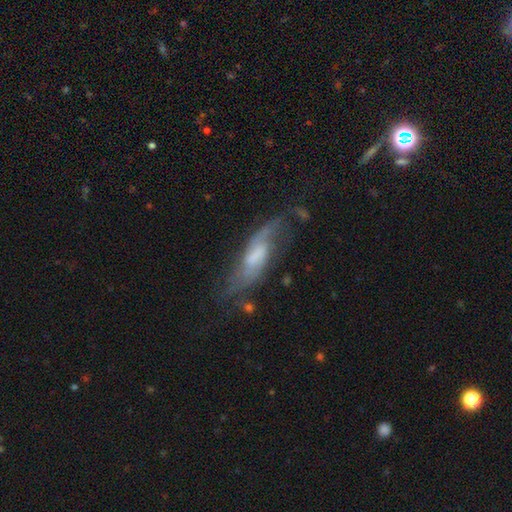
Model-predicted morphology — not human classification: smooth-or-featured: featured or disk: 71% | smooth: 21% | star or artifact: 8%
  disk-edge-on: no: 81% | yes: 19%
    bar: weak: 48% | no: 35% | strong: 17%
    has-spiral-arms: yes: 88% | no: 12%
      spiral-winding: loose: 50% | medium: 36% | tight: 14%
      spiral-arm-count: 2: 72% | can't tell: 16% | 1: 5% | 3: 3% | 4: 2% | more than 4: 2%
    bulge-size: moderate: 30% | none: 28% | small: 28% | large: 11% | dominant: 2%
  merging: none: 54% | minor disturbance: 24% | major disturbance: 18% | merger: 4%